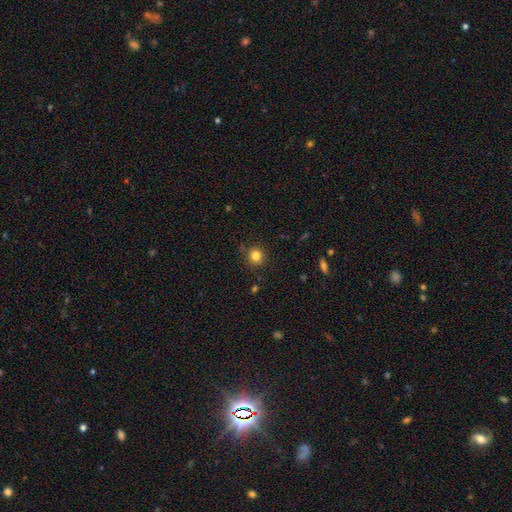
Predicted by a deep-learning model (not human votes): smooth_or_featured: smooth (p=0.82) [alt: star or artifact p=0.13]
how_rounded: round (p=0.92) [alt: in between p=0.07]
merging: none (p=0.88) [alt: minor disturbance p=0.08]